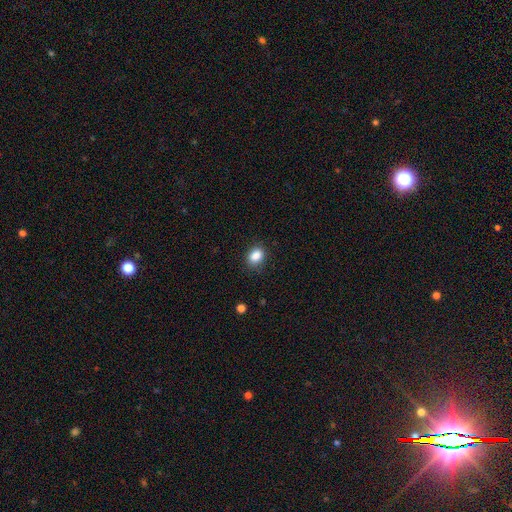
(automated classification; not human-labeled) Smooth or featured? Predicted: smooth (p=0.87). How rounded? Predicted: in between (p=0.63). Merging? Predicted: none (p=0.86).